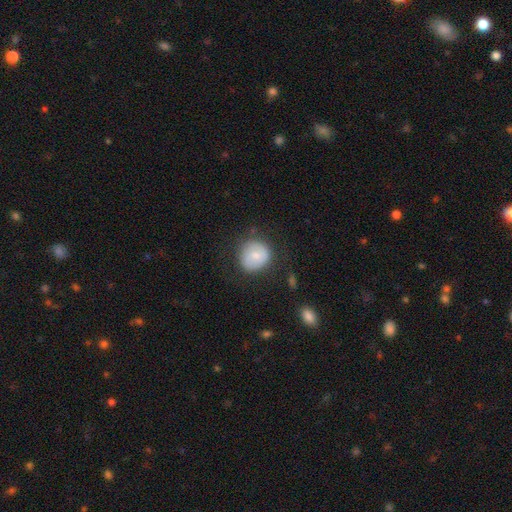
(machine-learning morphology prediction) This is likely a smooth galaxy (72%). How rounded: clearly round (87%). Merging: likely none (73%).